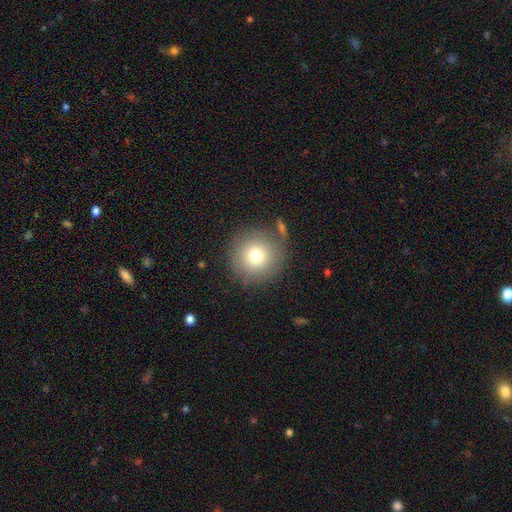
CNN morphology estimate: This is likely a smooth galaxy (75%). How rounded: clearly round (96%). Merging: clearly none (84%).